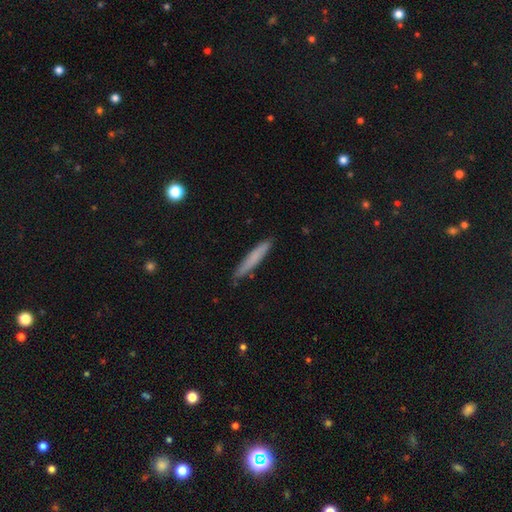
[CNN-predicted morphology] The model was most divided on "smooth or featured": smooth: 75%, featured or disk: 19%, star or artifact: 6%. More confident: how rounded — cigar-shaped (93%); merging — none (82%).